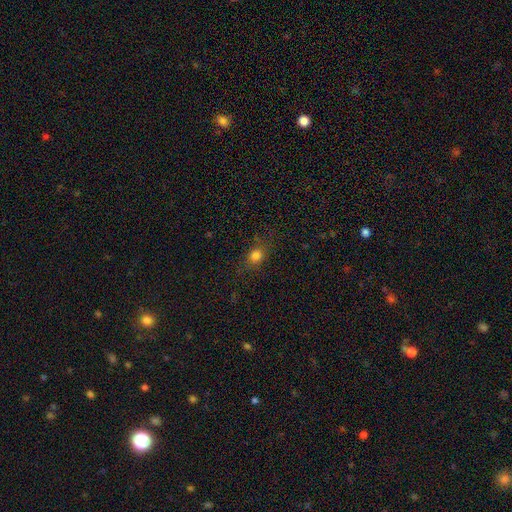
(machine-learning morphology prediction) The model was most divided on "how rounded": round: 60%, in between: 37%, cigar-shaped: 3%. More confident: merging — none (78%); smooth or featured — smooth (78%).